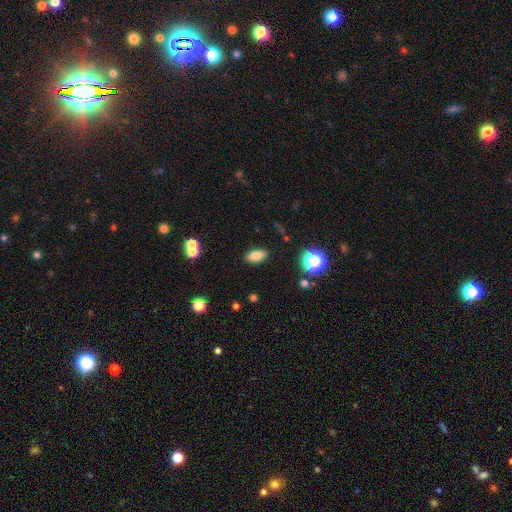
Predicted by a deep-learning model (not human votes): smooth_or_featured: smooth (p=0.80) [alt: star or artifact p=0.11]
how_rounded: in between (p=0.87) [alt: cigar-shaped p=0.08]
merging: none (p=0.87) [alt: minor disturbance p=0.08]